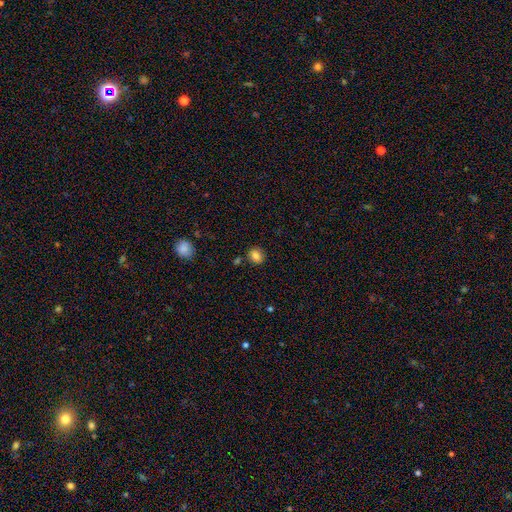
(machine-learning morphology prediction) Smooth or featured? Predicted: smooth (p=0.82). How rounded? Predicted: round (p=0.70). Merging? Predicted: none (p=0.84).